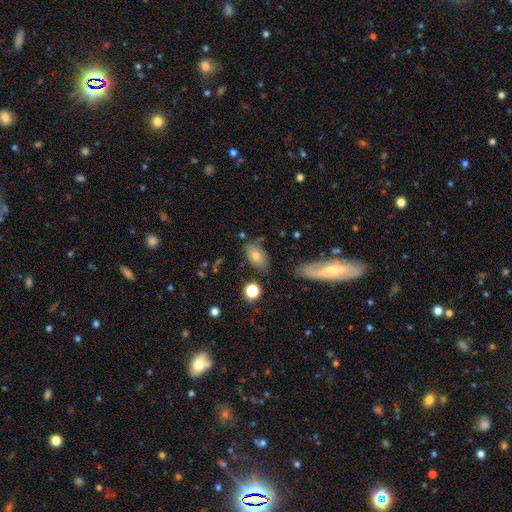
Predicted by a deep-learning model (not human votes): The model was most divided on "smooth or featured": smooth: 69%, featured or disk: 20%, star or artifact: 11%. More confident: how rounded — in between (88%); merging — none (72%).